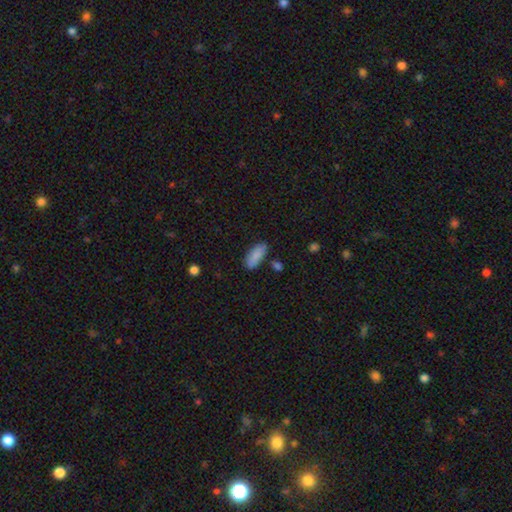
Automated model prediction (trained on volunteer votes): Overall: smooth (88%). How rounded: in between (81%). Merging: none (78%).